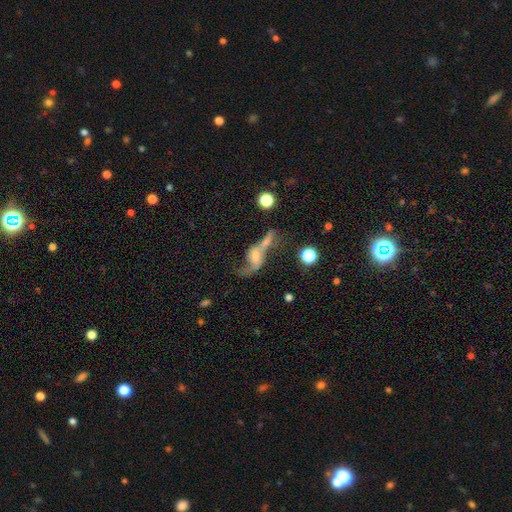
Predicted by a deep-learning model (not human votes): Smooth or featured: featured or disk — 65% (smooth — 22%)
Edge-on disk: no — 88% (yes — 12%)
Bar: no — 61% (weak — 29%)
Spiral arms: yes — 79% (no — 21%)
Bulge size: moderate — 41% (small — 35%)
Merging: merger — 43% (none — 25%)